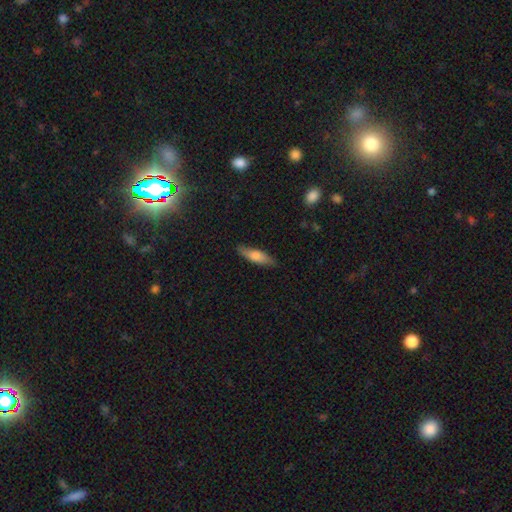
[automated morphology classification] A smooth galaxy with no disk features (69%) that is cigar-shaped (61%). Merging: none (84%).